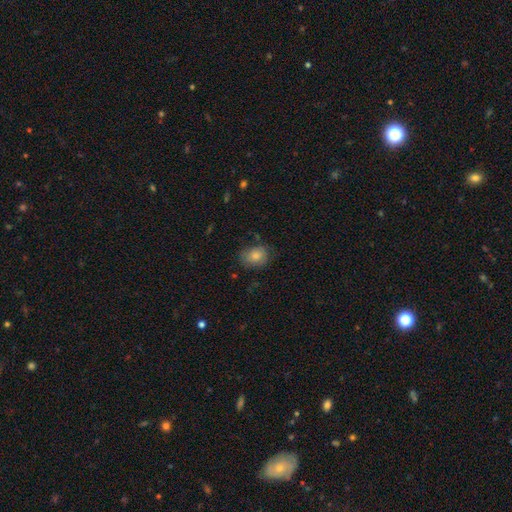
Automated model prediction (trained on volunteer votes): smooth-or-featured: smooth: 81% | featured or disk: 11% | star or artifact: 8%
  how-rounded: in between: 54% | round: 45% | cigar-shaped: 1%
  merging: none: 68% | minor disturbance: 23% | major disturbance: 7% | merger: 2%